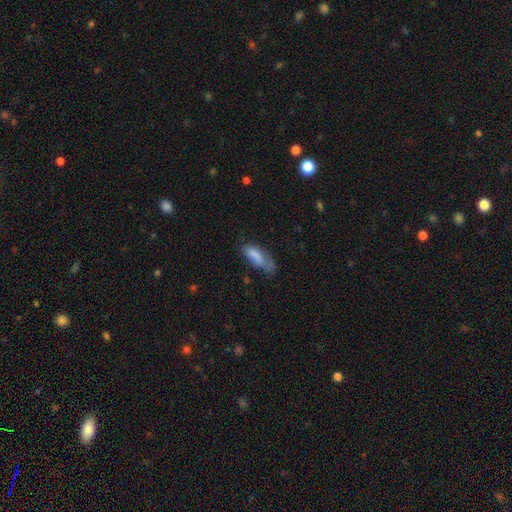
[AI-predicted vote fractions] A smooth galaxy with no disk features (79%) that is in between round and cigar-shaped (73%). Merging: none (36%, tied with minor disturbance).